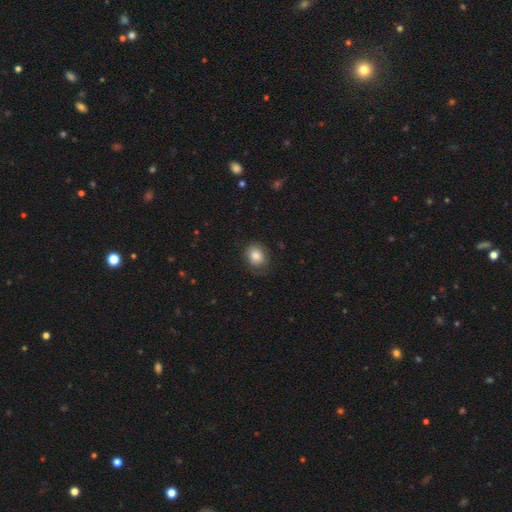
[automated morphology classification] type=smooth (81%); roundness=round (57%); merging=none (71%).